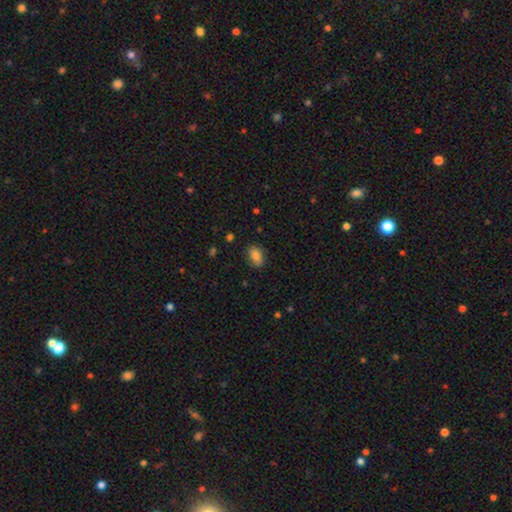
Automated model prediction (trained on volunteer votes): A smooth galaxy with no disk features (84%) that is in between round and cigar-shaped (89%). Merging: none (84%).